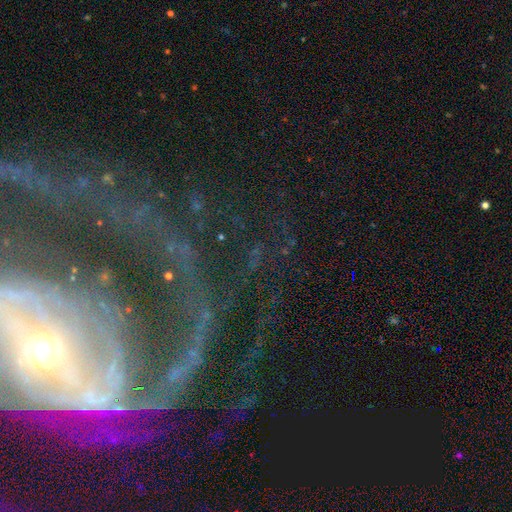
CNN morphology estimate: featured or disk 83%, star or artifact 10%, smooth 7%. Down the decision tree: edge-on disk — no (95%); bar — strong (44%); spiral arms — yes (89%); spiral arm count — 2 (46%); spiral winding — tight (41%); bulge size — small (54%); merging — none (57%).